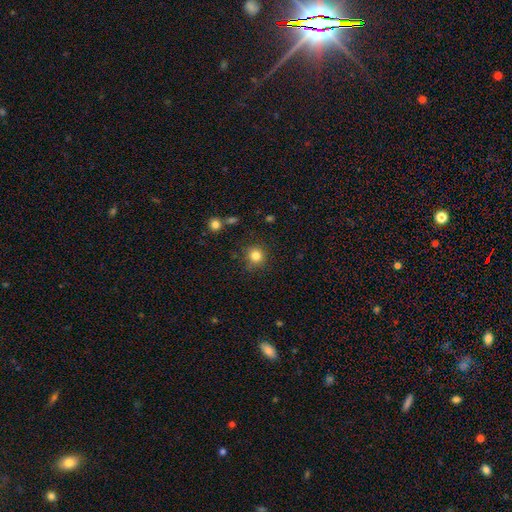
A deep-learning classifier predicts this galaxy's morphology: A smooth galaxy with no disk features (83%) that is round (92%). Merging: none (85%).